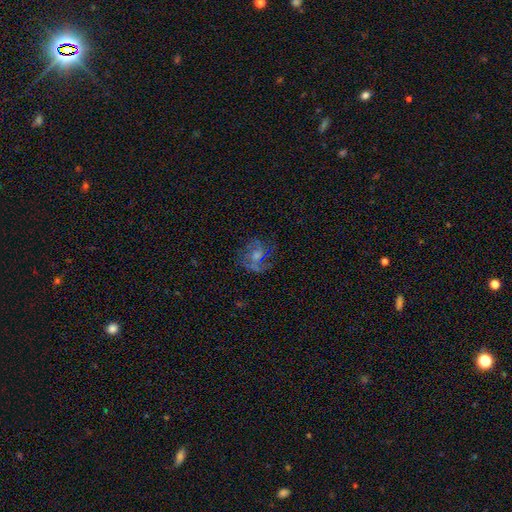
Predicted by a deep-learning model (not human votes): featured or disk 62%, smooth 20%, star or artifact 18%. Down the decision tree: edge-on disk — no (97%); bar — no (59%); spiral arms — yes (84%); spiral arm count — can't tell (31%, tied with 2); spiral winding — medium (46%); bulge size — moderate (44%); merging — none (69%).